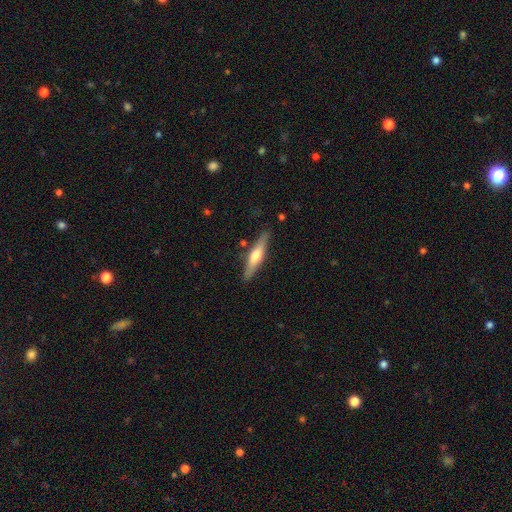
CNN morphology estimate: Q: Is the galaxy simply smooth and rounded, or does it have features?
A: featured or disk — 53%.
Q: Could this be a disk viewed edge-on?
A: yes — 93%.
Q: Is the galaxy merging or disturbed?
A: none — 85%.